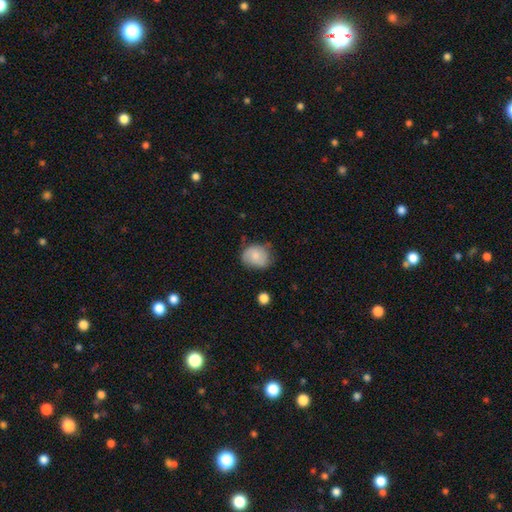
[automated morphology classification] Smooth or featured?
  - smooth: 72% *
  - featured or disk: 20%
  - star or artifact: 8%
How rounded?
  - round: 58% *
  - in between: 41%
  - cigar-shaped: 1%
Merging?
  - none: 61% *
  - minor disturbance: 29%
  - major disturbance: 8%
  - merger: 2%